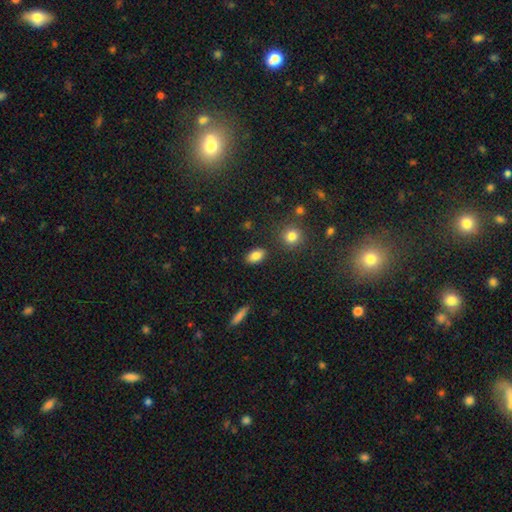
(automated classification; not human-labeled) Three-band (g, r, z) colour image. It shows a smooth galaxy with no disk features (85%) that is in between round and cigar-shaped (87%). Merging: none (86%).